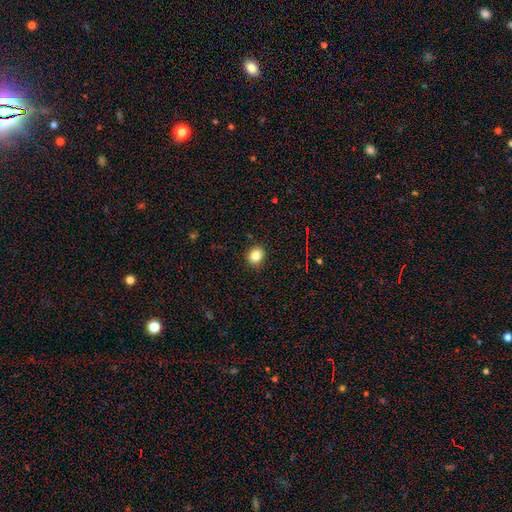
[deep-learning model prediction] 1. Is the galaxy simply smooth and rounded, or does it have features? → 83% smooth, 11% star or artifact, 6% featured or disk.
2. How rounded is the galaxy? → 65% round, 34% in between, 1% cigar-shaped.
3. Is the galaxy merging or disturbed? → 88% none, 8% minor disturbance, 2% major disturbance, 1% merger.